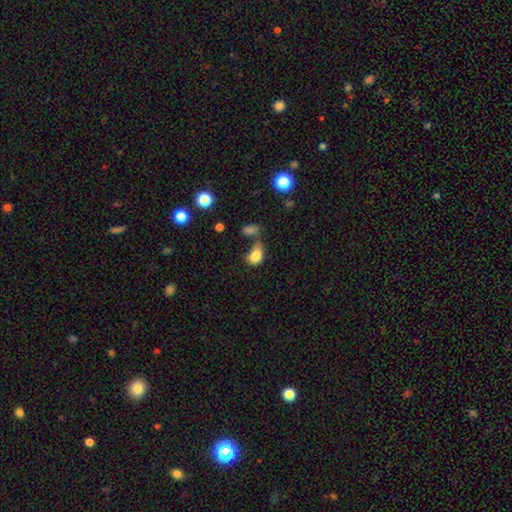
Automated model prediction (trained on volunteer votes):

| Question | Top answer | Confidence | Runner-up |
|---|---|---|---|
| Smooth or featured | smooth | 82% | star or artifact (10%) |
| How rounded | in between | 83% | round (15%) |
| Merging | none | 32% | merger (30%) |